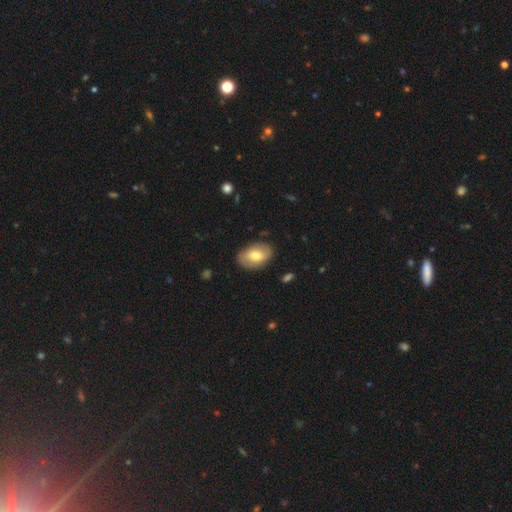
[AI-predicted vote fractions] Smooth or featured? Predicted: smooth (p=0.64). How rounded? Predicted: in between (p=0.88). Merging? Predicted: none (p=0.85).